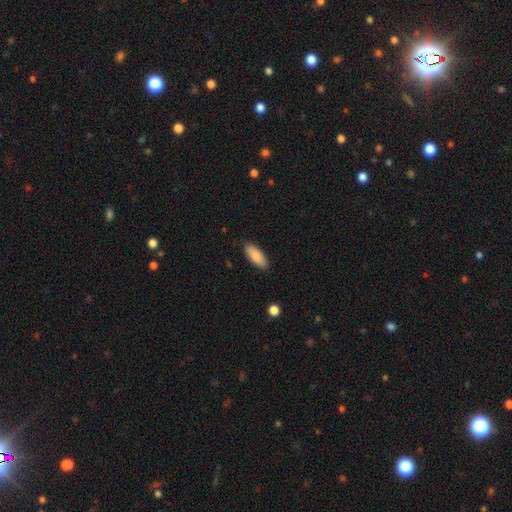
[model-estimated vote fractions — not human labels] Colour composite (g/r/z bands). It shows a smooth galaxy with no disk features (87%) that is in between round and cigar-shaped (80%). Merging: none (86%).